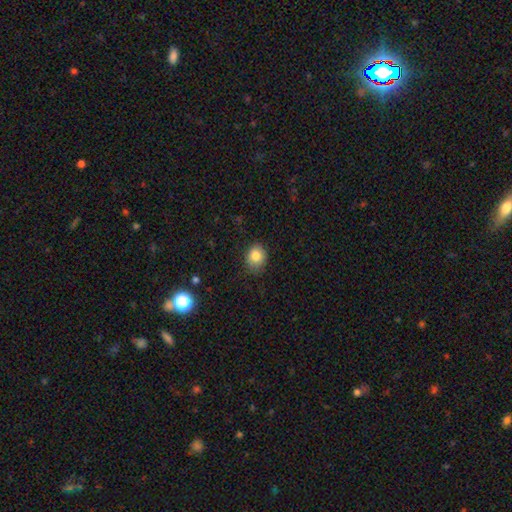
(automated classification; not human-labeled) smooth_or_featured: smooth (p=0.83) [alt: star or artifact p=0.10]
how_rounded: round (p=0.58) [alt: in between p=0.42]
merging: none (p=0.78) [alt: minor disturbance p=0.17]